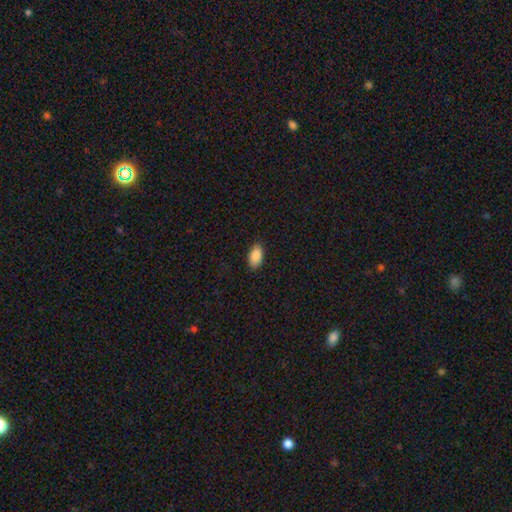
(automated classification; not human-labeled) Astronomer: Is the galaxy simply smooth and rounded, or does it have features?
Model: smooth — 88%.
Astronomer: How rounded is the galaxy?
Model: in between — 94%.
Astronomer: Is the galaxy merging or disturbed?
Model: none — 87%.